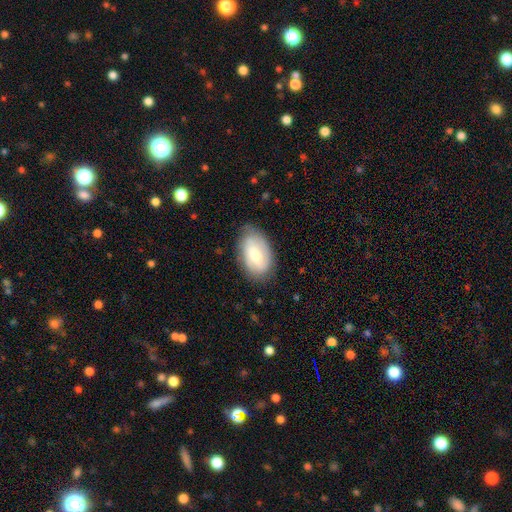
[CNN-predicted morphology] type=smooth (50%); merging=none (72%).